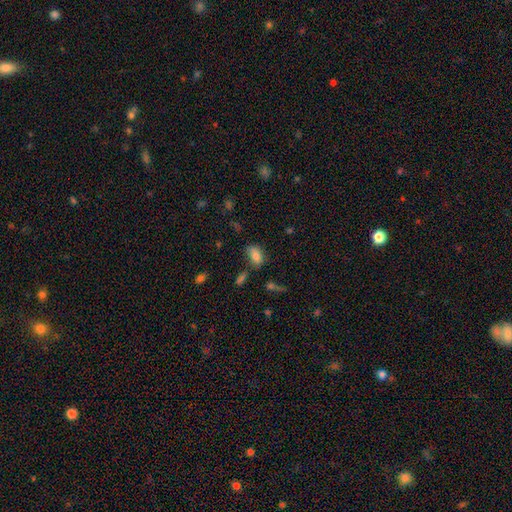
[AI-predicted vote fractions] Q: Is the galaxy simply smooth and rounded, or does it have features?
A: smooth — 80%.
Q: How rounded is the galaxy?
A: in between — 88%.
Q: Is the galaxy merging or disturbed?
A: none — 61%.